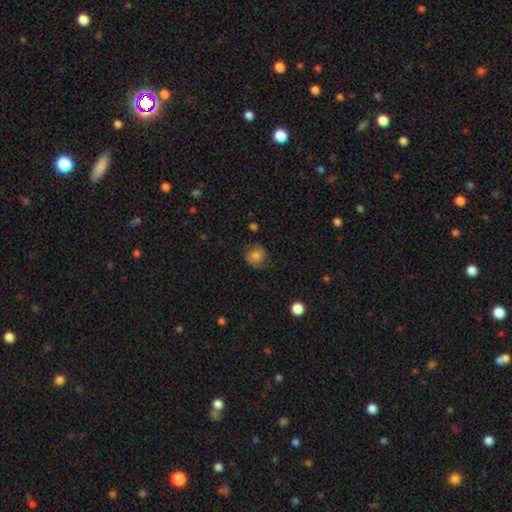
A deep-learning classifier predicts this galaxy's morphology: This appears to be a smooth galaxy with no disk features (60%) that is round (81%). Merging: none (64%).